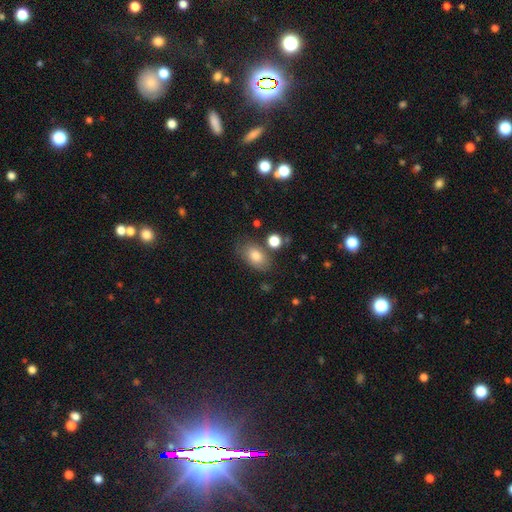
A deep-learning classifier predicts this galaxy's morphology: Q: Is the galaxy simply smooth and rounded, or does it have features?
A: smooth — 79%.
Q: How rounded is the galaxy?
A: in between — 88%.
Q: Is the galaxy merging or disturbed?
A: none — 70%.